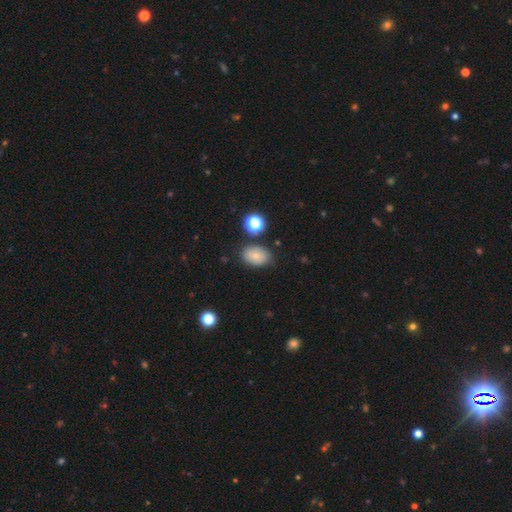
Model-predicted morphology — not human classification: The model was most divided on "how rounded": in between: 76%, round: 22%, cigar-shaped: 1%. More confident: smooth or featured — smooth (75%); merging — none (75%).